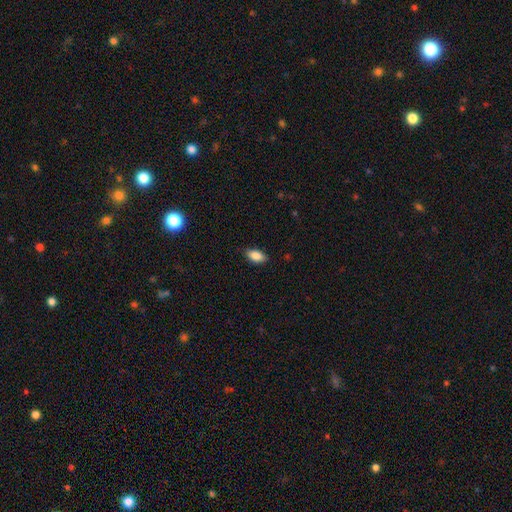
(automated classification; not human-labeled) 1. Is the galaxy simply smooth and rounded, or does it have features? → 86% smooth, 7% star or artifact, 6% featured or disk.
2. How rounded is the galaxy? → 91% in between, 5% cigar-shaped, 4% round.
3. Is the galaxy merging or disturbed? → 83% none, 14% minor disturbance, 2% major disturbance, 1% merger.